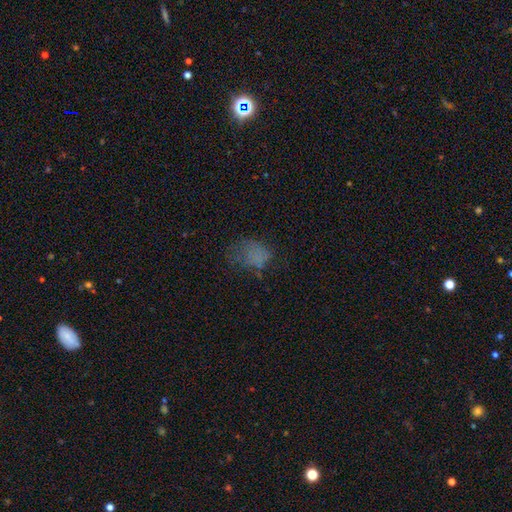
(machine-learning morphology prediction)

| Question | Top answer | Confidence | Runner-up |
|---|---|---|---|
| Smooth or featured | smooth | 58% | star or artifact (21%) |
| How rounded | in between | 66% | round (32%) |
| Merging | none | 41% | major disturbance (31%) |